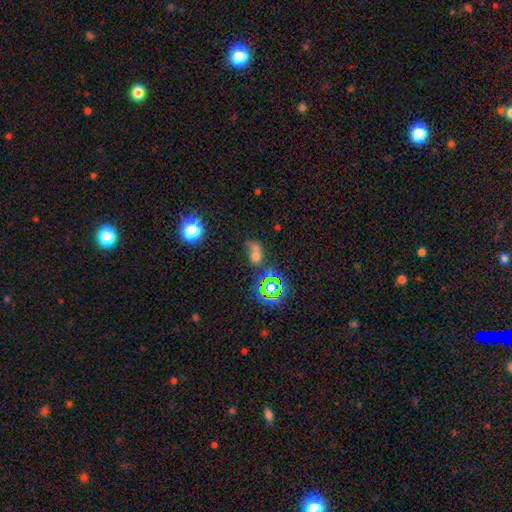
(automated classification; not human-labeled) smooth 53%, star or artifact 30%, featured or disk 17%. Down the decision tree: how rounded — in between (51%); merging — merger (44%).